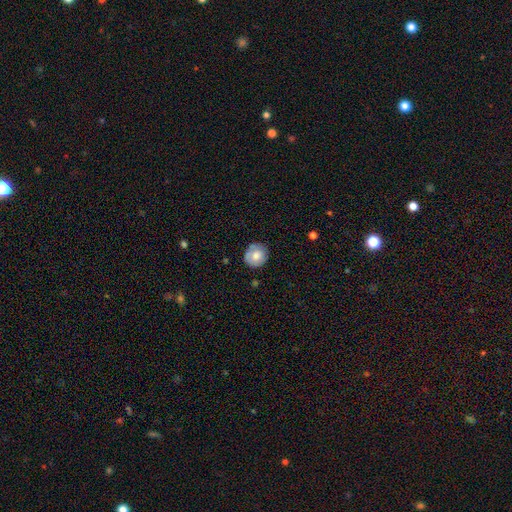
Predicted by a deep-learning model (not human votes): Smooth or featured? Predicted: smooth (p=0.69). How rounded? Predicted: round (p=0.88). Merging? Predicted: none (p=0.74).